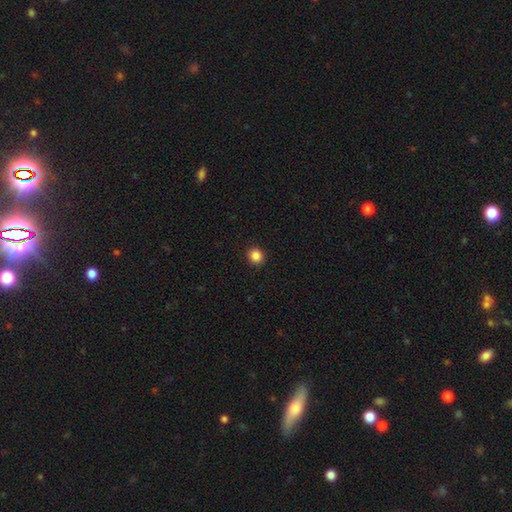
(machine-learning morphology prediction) Smooth or featured: smooth — 86% (star or artifact — 11%)
How rounded: round — 89% (in between — 10%)
Merging: none — 92% (minor disturbance — 5%)